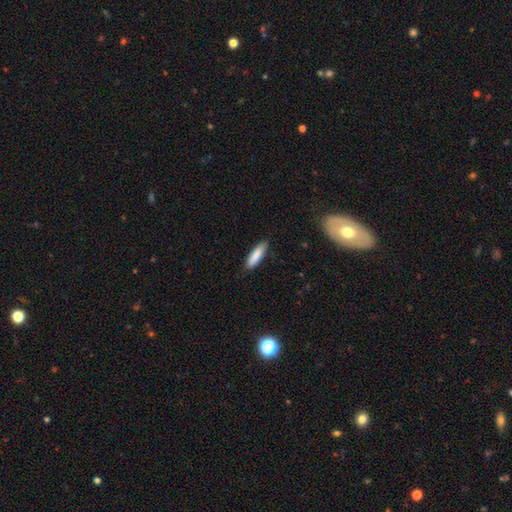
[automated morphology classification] Smooth or featured? Predicted: smooth (p=0.87). How rounded? Predicted: cigar-shaped (p=0.59). Merging? Predicted: none (p=0.85).